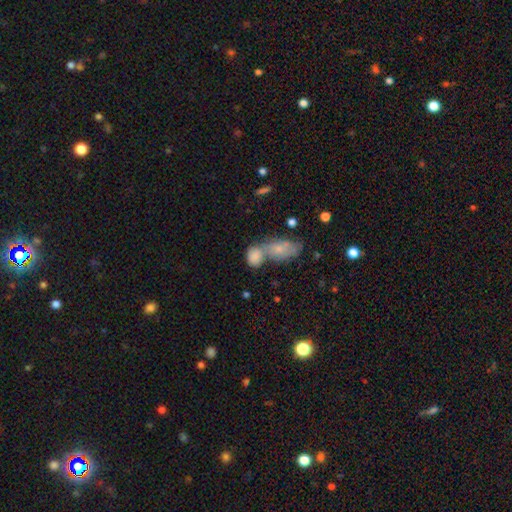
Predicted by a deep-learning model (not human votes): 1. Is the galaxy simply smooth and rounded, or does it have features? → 79% smooth, 13% featured or disk, 8% star or artifact.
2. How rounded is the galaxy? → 63% in between, 33% round, 4% cigar-shaped.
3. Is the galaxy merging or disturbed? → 57% merger, 27% none, 11% minor disturbance, 5% major disturbance.